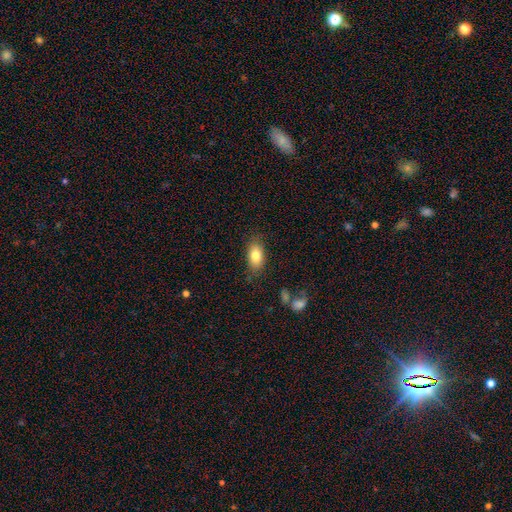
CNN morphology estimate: This is clearly a smooth galaxy (80%). How rounded: clearly in between (89%). Merging: clearly none (81%).